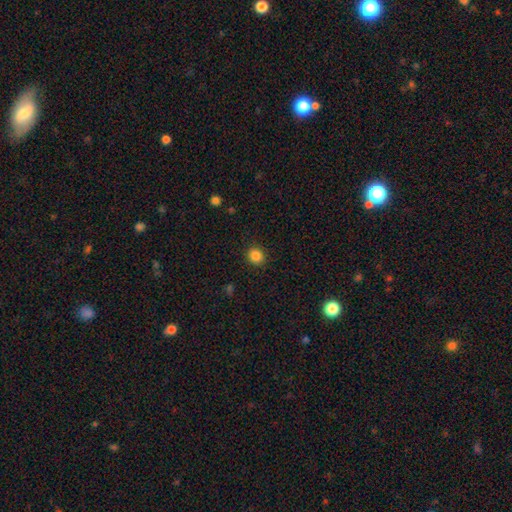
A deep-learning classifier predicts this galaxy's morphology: Overall: smooth (85%). How rounded: round (79%). Merging: none (90%).